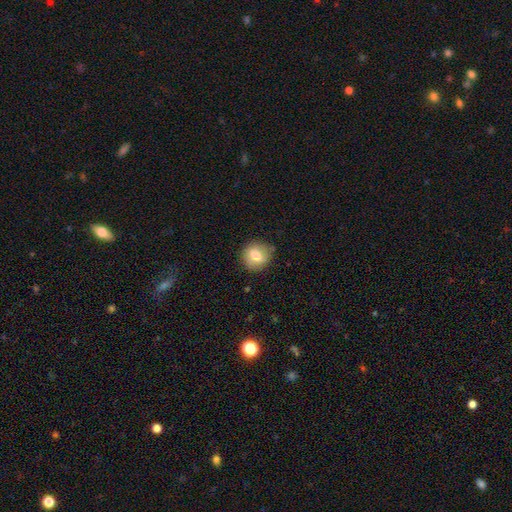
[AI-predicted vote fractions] smooth-or-featured: smooth: 74% | featured or disk: 18% | star or artifact: 8%
  how-rounded: round: 81% | in between: 18% | cigar-shaped: 1%
  merging: none: 81% | minor disturbance: 14% | major disturbance: 3% | merger: 1%